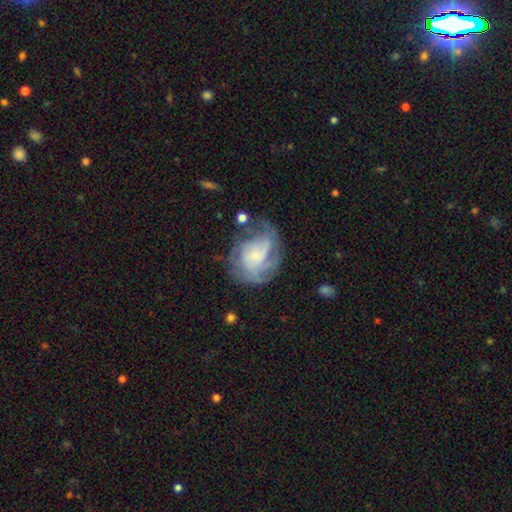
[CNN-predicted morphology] This is likely a featured or disk galaxy (70%). It is clearly not viewed edge-on (98%). Bar: likely no (71%). Spiral arm pattern: clearly yes (86%). Spiral arm count: marginally can't tell (37%). Spiral winding: marginally medium (39%). Central bulge: likely small (66%). Merging: possibly none (51%).